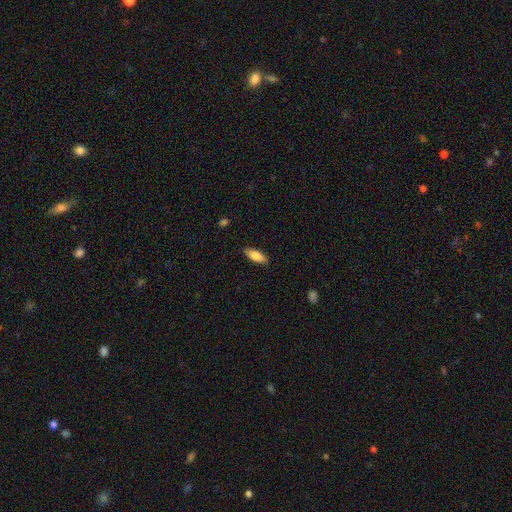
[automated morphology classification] A smooth galaxy with no disk features (83%) that is in between round and cigar-shaped (72%).

Vote fractions:
- Smooth or featured? smooth: 83% / featured or disk: 11% / star or artifact: 6%
- How rounded? in between: 72% / cigar-shaped: 26% / round: 2%
- Merging? none: 86% / minor disturbance: 10% / major disturbance: 2% / merger: 1%